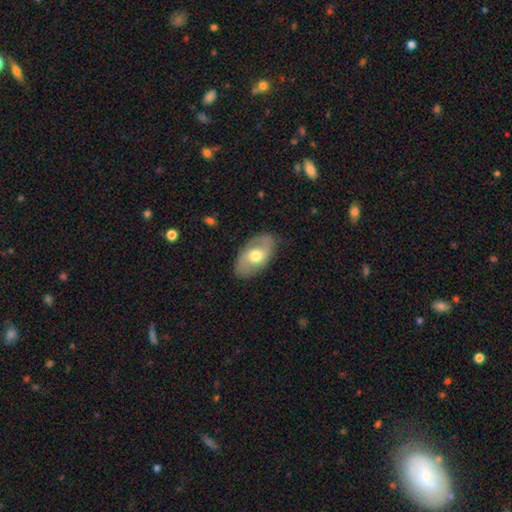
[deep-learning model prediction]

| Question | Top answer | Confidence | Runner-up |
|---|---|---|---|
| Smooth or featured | featured or disk | 49% | smooth (45%) |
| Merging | none | 79% | minor disturbance (15%) |